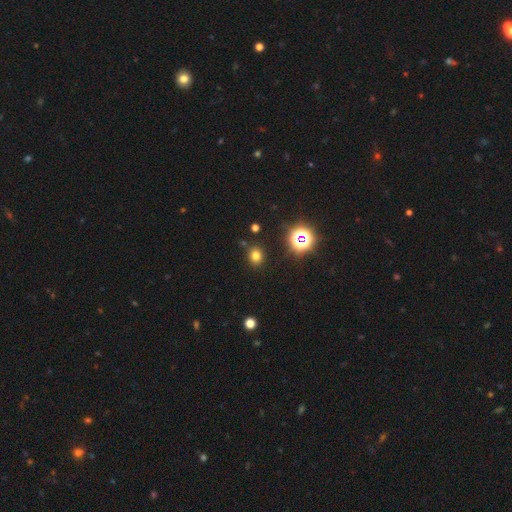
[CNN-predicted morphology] A smooth galaxy with no disk features (73%) that is round (75%).

Vote fractions:
- Smooth or featured? smooth: 73% / star or artifact: 21% / featured or disk: 6%
- How rounded? round: 75% / in between: 24% / cigar-shaped: 1%
- Merging? none: 86% / minor disturbance: 8% / merger: 3% / major disturbance: 3%